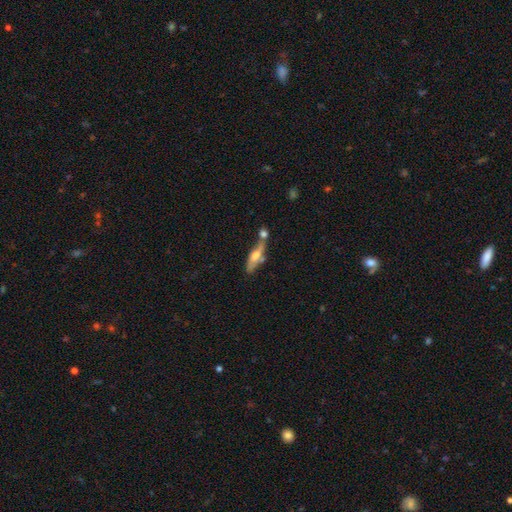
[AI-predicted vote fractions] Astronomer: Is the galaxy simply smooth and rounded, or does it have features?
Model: featured or disk — 47% (runner-up: smooth, 45%).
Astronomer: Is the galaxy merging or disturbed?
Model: none — 43% (runner-up: merger, 31%).